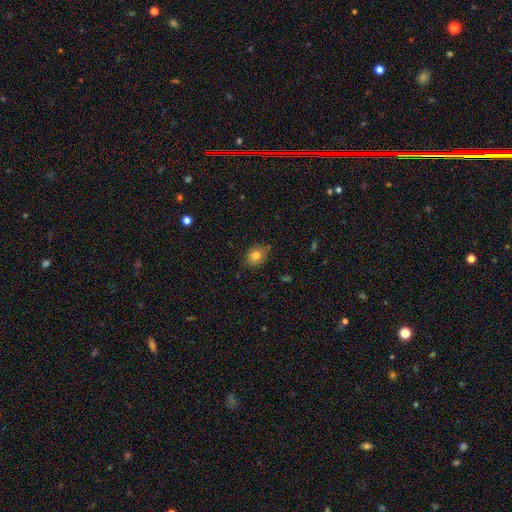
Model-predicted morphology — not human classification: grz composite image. It shows a smooth galaxy with no disk features (82%) that is in between round and cigar-shaped (51%). Merging: none (79%).